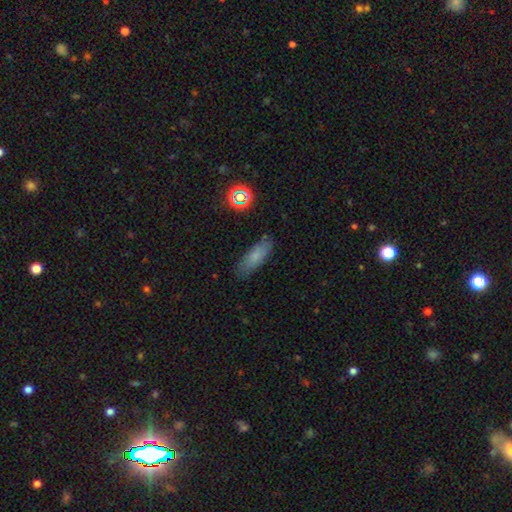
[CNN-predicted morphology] A smooth galaxy with no disk features (76%) that is in between round and cigar-shaped (64%). Merging: none (81%).